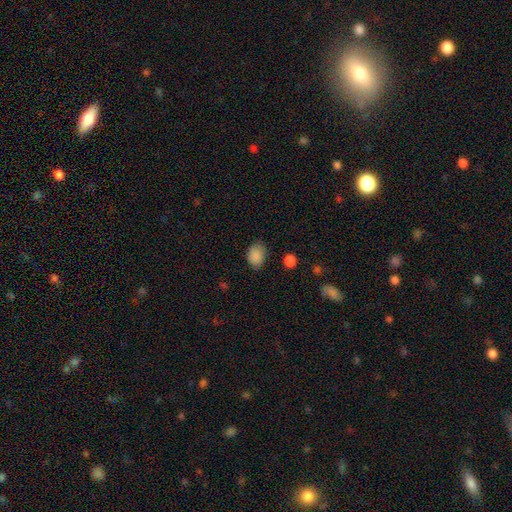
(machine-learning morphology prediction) This is clearly a smooth galaxy (88%). How rounded: likely in between (73%). Merging: likely none (76%).